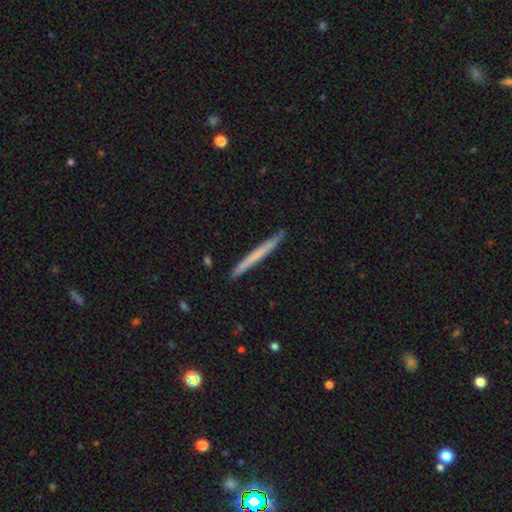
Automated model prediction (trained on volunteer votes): A smooth galaxy with no disk features (55%) that is cigar-shaped (97%). Merging: none (91%).